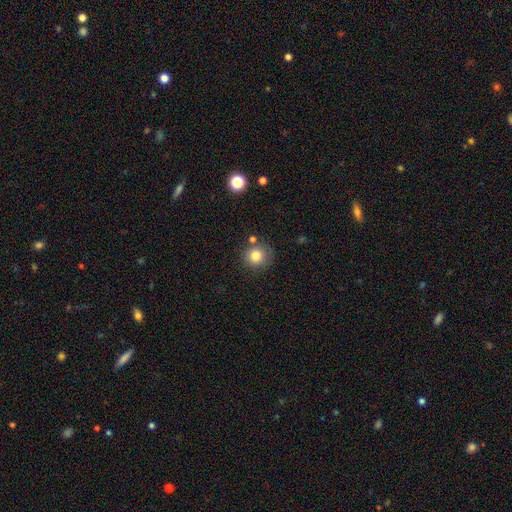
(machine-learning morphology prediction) Smooth or featured: smooth — 82% (star or artifact — 11%)
How rounded: round — 90% (in between — 10%)
Merging: none — 77% (minor disturbance — 11%)